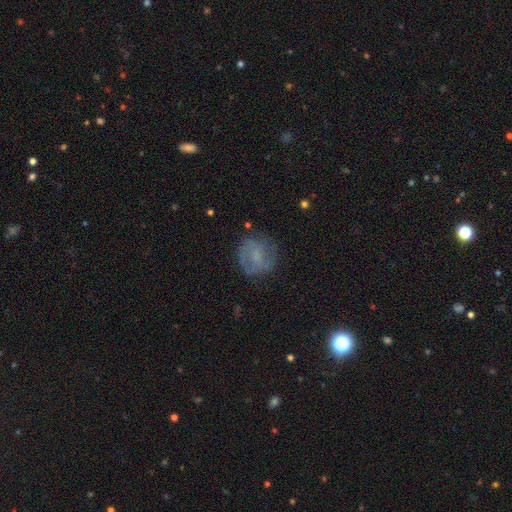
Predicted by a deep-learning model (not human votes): This appears to be a smooth galaxy with no disk features (48%). Merging: none (71%).